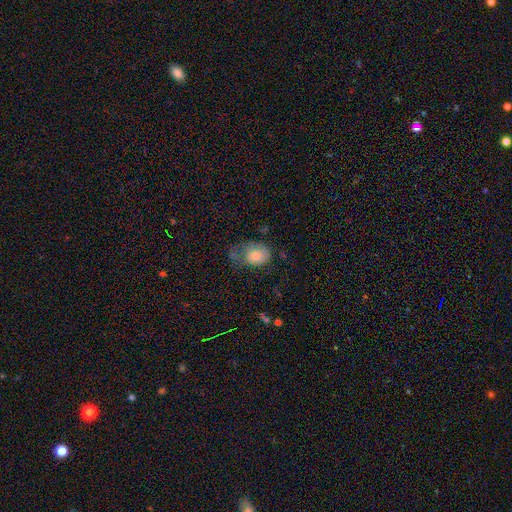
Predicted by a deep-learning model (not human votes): The model was most divided on "merging": major disturbance: 38%, minor disturbance: 31%, none: 25%, merger: 5%. More confident: smooth or featured — smooth (77%); how rounded — in between (65%).